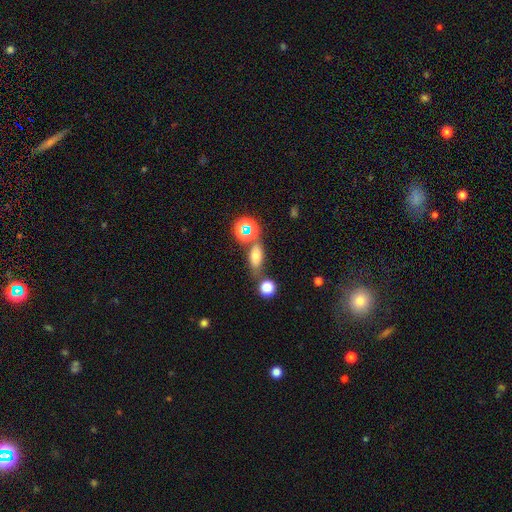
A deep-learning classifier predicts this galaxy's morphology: smooth_or_featured: smooth (p=0.65) [alt: star or artifact p=0.19]
how_rounded: in between (p=0.68) [alt: cigar-shaped p=0.16]
merging: none (p=0.67) [alt: minor disturbance p=0.14]